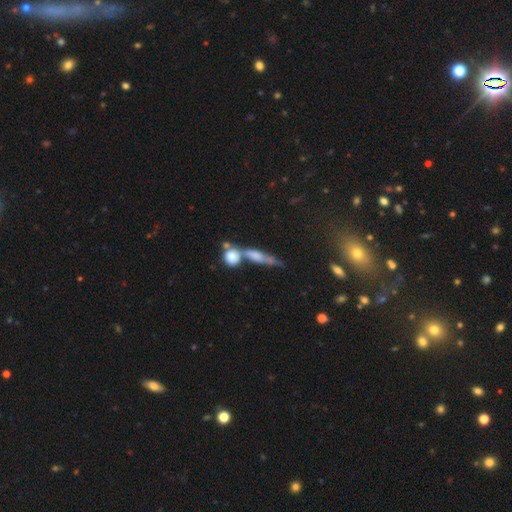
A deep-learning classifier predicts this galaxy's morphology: A smooth galaxy with no disk features (53%) that is cigar-shaped (52%).

Vote fractions:
- Smooth or featured? smooth: 53% / featured or disk: 37% / star or artifact: 10%
- How rounded? cigar-shaped: 52% / in between: 29% / round: 19%
- Merging? merger: 43% / none: 34% / minor disturbance: 14% / major disturbance: 10%